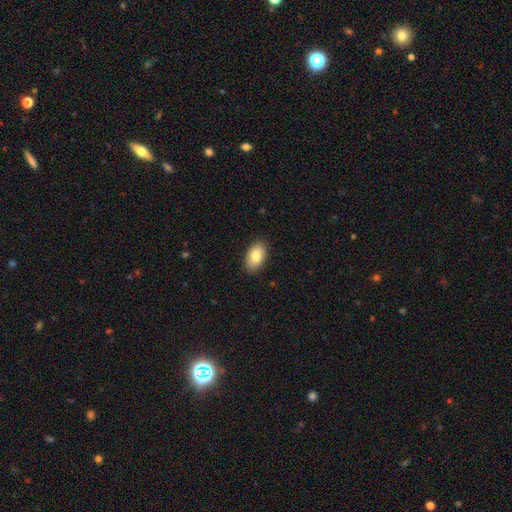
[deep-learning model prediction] A smooth galaxy with no disk features (85%) that is in between round and cigar-shaped (94%).

Vote fractions:
- Smooth or featured? smooth: 85% / featured or disk: 9% / star or artifact: 7%
- How rounded? in between: 94% / round: 5% / cigar-shaped: 2%
- Merging? none: 87% / minor disturbance: 10% / major disturbance: 2% / merger: 1%